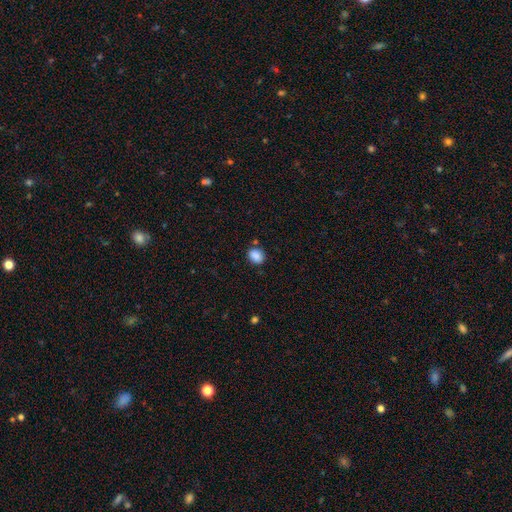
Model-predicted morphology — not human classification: Smooth or featured? Predicted: smooth (p=0.88). How rounded? Predicted: in between (p=0.54). Merging? Predicted: none (p=0.79).